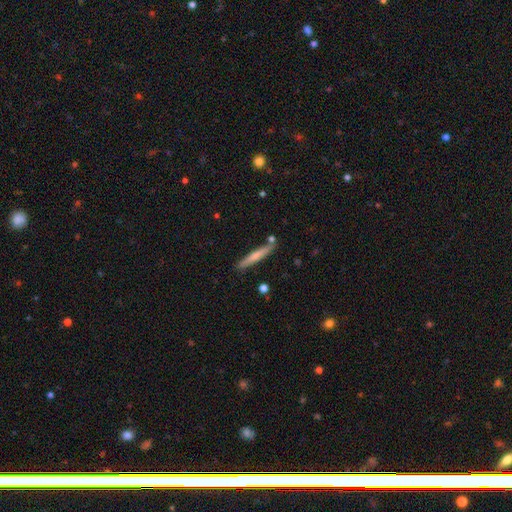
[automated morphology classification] Smooth or featured? smooth (61%)
How rounded? cigar-shaped (95%)
Merging? none (83%)